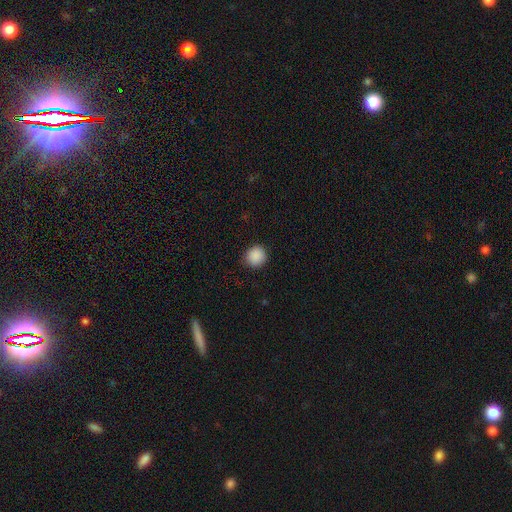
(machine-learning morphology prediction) Overall: smooth (89%). How rounded: round (87%). Merging: none (89%).